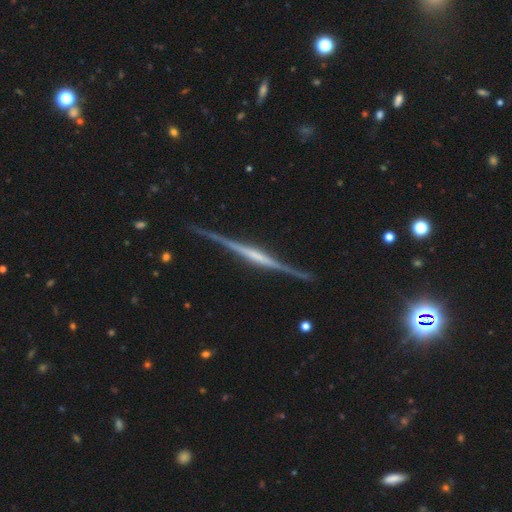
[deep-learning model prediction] Smooth or featured: featured or disk — 85% (smooth — 9%)
Edge-on disk: yes — 98% (no — 2%)
Edge-on bulge: none — 35% (rounded — 34%)
Merging: none — 87% (minor disturbance — 10%)